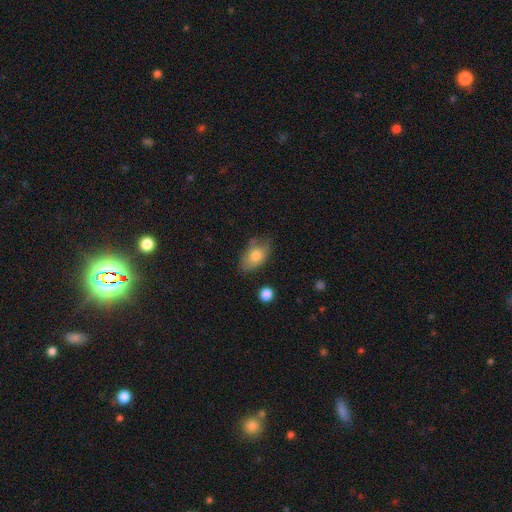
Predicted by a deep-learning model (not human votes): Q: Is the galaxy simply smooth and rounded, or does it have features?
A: smooth — 77%.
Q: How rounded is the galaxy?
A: in between — 88%.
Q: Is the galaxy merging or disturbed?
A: none — 56%.